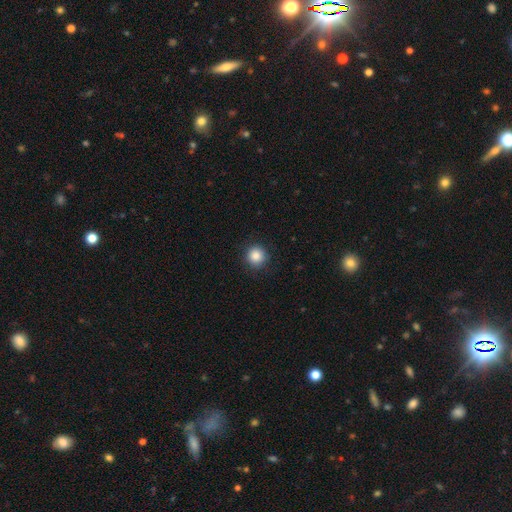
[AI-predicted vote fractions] A smooth galaxy with no disk features (86%) that is round (94%). Merging: none (89%).